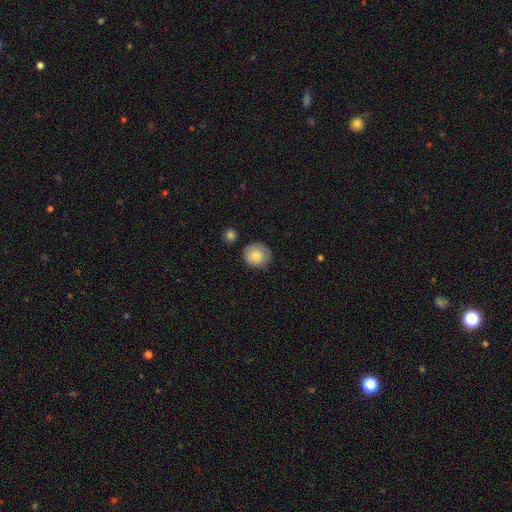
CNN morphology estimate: smooth 83%, featured or disk 9%, star or artifact 7%. Down the decision tree: how rounded — round (87%); merging — none (77%).